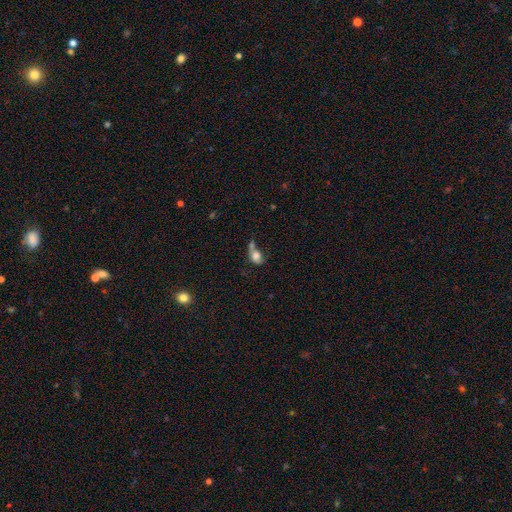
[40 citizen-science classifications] Smooth or featured? smooth (70%)
How rounded? in between (64%)
Merging? major disturbance (35%)